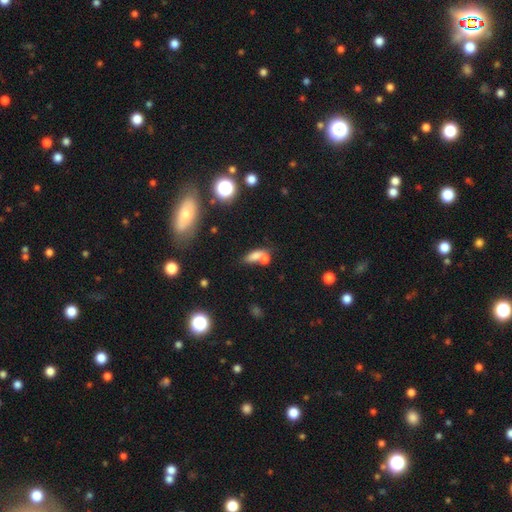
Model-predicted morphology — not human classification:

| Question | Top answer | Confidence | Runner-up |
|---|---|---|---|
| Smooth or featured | smooth | 70% | featured or disk (16%) |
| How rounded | in between | 74% | cigar-shaped (15%) |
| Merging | merger | 50% | none (33%) |